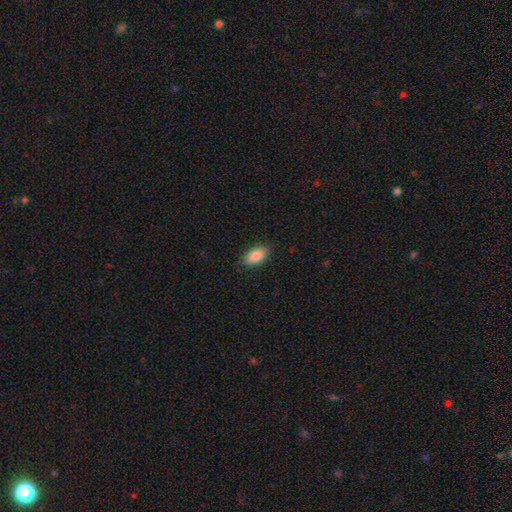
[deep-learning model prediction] The model was most divided on "merging": none: 87%, minor disturbance: 10%, major disturbance: 2%, merger: 1%. More confident: how rounded — in between (94%); smooth or featured — smooth (89%).